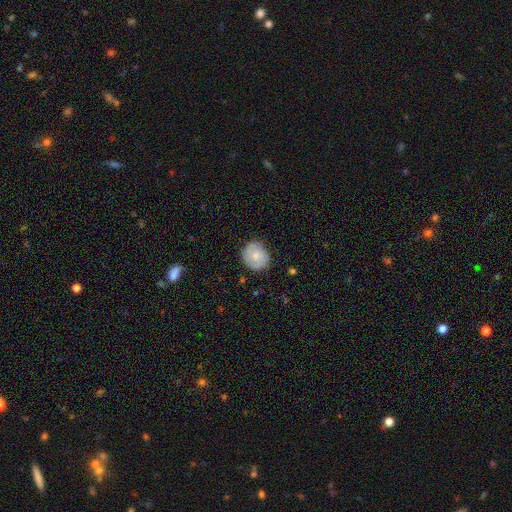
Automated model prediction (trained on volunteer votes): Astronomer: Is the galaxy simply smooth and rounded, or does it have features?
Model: smooth — 57% (runner-up: featured or disk, 36%).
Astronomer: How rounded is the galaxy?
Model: round — 82%.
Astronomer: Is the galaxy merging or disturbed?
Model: none — 81%.